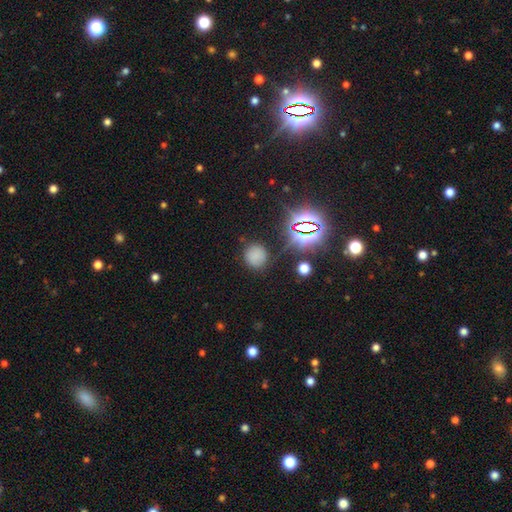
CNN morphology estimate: smooth-or-featured: smooth: 70% | star or artifact: 22% | featured or disk: 8%
  how-rounded: round: 85% | in between: 14% | cigar-shaped: 1%
  merging: none: 79% | minor disturbance: 14% | major disturbance: 5% | merger: 2%